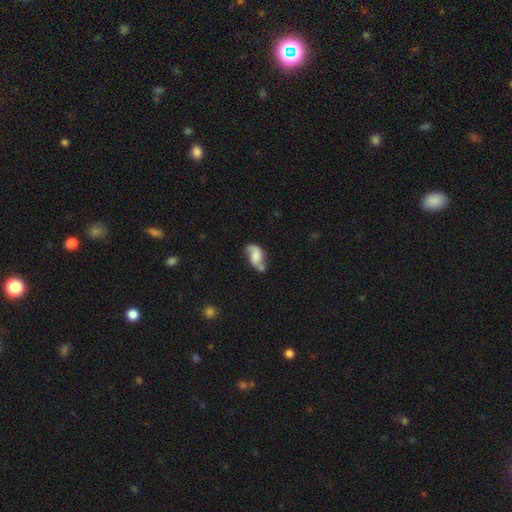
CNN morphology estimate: Overall: featured or disk (61%; smooth 31%). Edge-on disk: no (96%). Bar: no (55%; weak 36%). Spiral arms: yes (89%). Spiral arm count: 2 (85%). Spiral winding: loose (59%; medium 31%). Bulge size: moderate (30%; small 26%). Merging: none (48%; minor disturbance 24%).